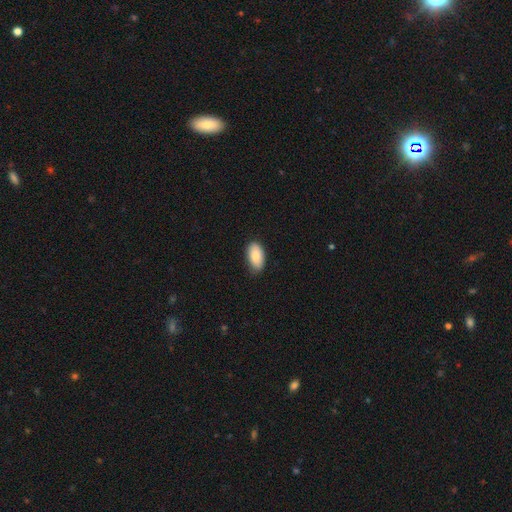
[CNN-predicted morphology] smooth_or_featured: smooth (p=0.87) [alt: featured or disk p=0.07]
how_rounded: in between (p=0.94) [alt: cigar-shaped p=0.03]
merging: none (p=0.80) [alt: minor disturbance p=0.17]